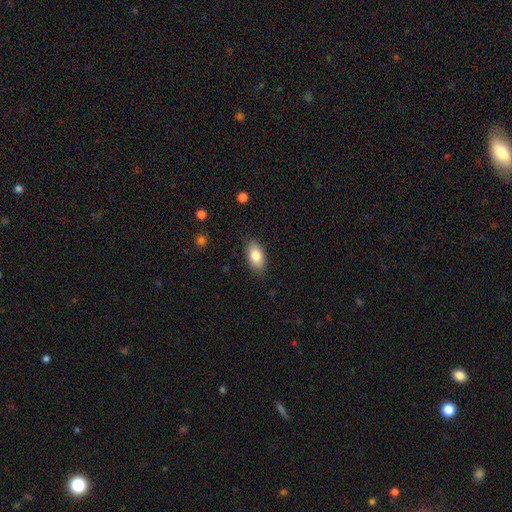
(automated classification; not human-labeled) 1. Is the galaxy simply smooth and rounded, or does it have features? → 81% smooth, 12% featured or disk, 7% star or artifact.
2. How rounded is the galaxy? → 92% in between, 5% round, 4% cigar-shaped.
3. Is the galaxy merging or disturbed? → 85% none, 12% minor disturbance, 2% major disturbance, 1% merger.